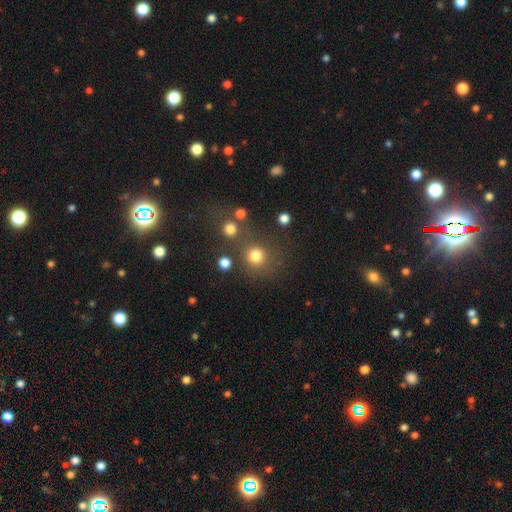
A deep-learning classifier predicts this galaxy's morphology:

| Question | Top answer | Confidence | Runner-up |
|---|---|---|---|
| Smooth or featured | smooth | 78% | star or artifact (15%) |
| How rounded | round | 91% | in between (8%) |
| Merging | none | 69% | merger (16%) |